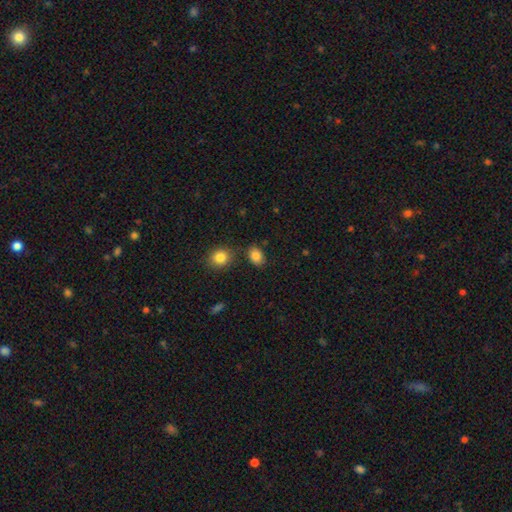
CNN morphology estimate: smooth 85%, star or artifact 10%, featured or disk 5%. Down the decision tree: how rounded — in between (65%); merging — none (77%).